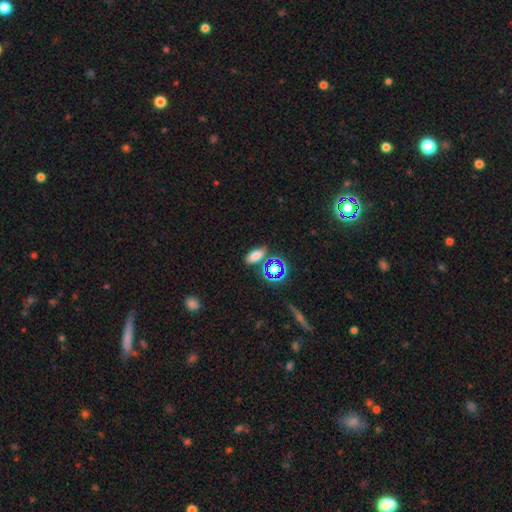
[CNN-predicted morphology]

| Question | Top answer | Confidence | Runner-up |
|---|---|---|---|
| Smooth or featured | smooth | 69% | star or artifact (22%) |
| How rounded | in between | 82% | round (9%) |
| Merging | none | 76% | minor disturbance (12%) |